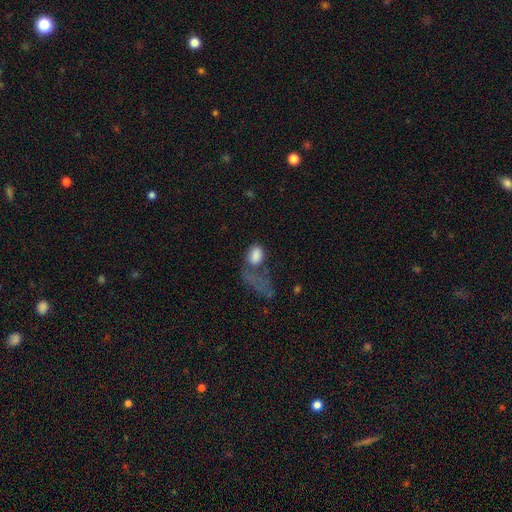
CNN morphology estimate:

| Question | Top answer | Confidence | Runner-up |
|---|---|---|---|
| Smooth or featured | smooth | 80% | featured or disk (10%) |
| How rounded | in between | 83% | round (15%) |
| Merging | major disturbance | 35% | none (30%) |